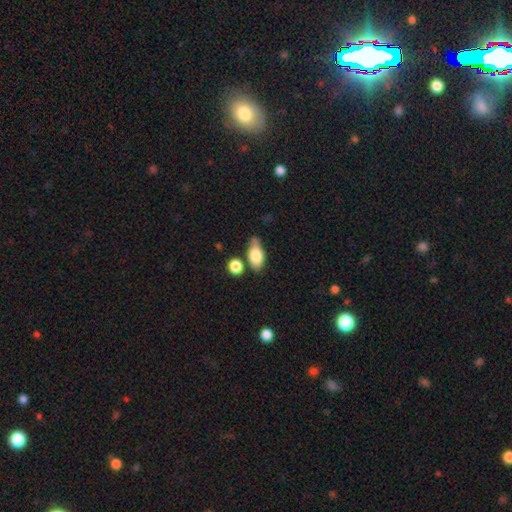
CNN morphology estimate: smooth-or-featured: smooth: 78% | featured or disk: 14% | star or artifact: 7%
  how-rounded: in between: 85% | round: 8% | cigar-shaped: 7%
  merging: none: 61% | minor disturbance: 20% | merger: 13% | major disturbance: 6%